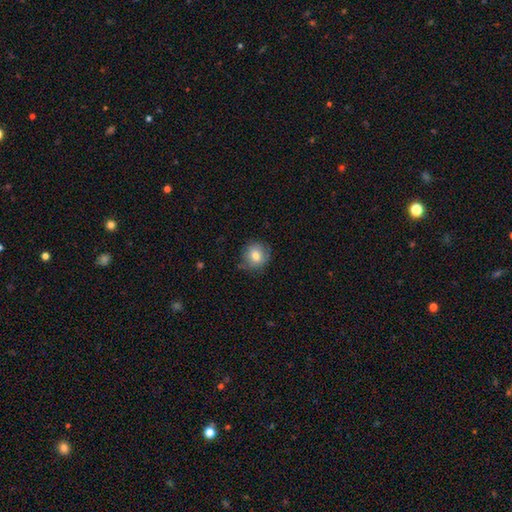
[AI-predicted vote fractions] Overall: smooth (77%). How rounded: round (88%). Merging: none (75%).